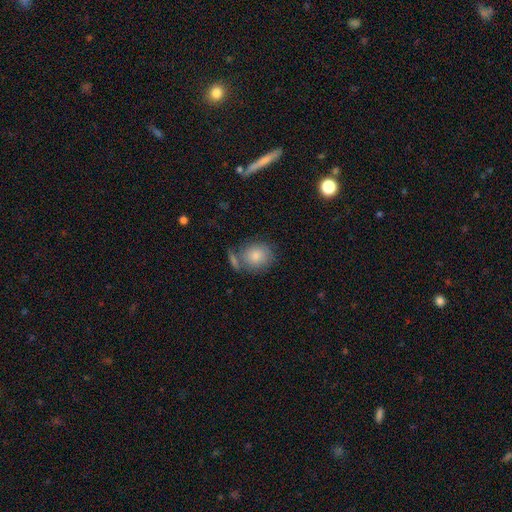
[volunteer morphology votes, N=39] Q: Smooth or featured?
A: smooth (87%); runner-up: star or artifact (8%)
Q: How rounded?
A: round (94%); runner-up: in between (6%)
Q: Merging?
A: none (53%); runner-up: merger (33%)